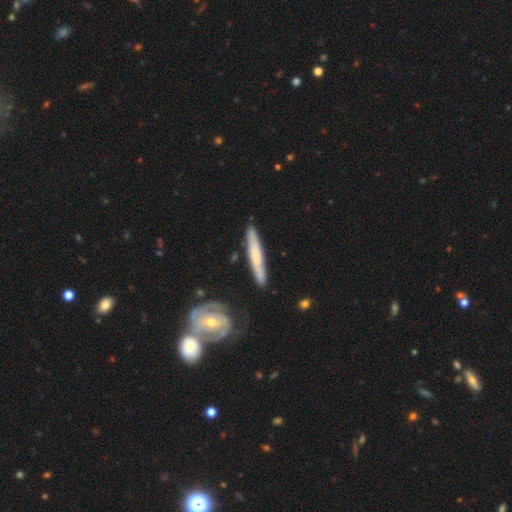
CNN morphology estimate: Q: Smooth or featured?
A: featured or disk (52%); runner-up: smooth (43%)
Q: Edge-on disk?
A: yes (78%); runner-up: no (22%)
Q: Merging?
A: none (83%); runner-up: minor disturbance (11%)